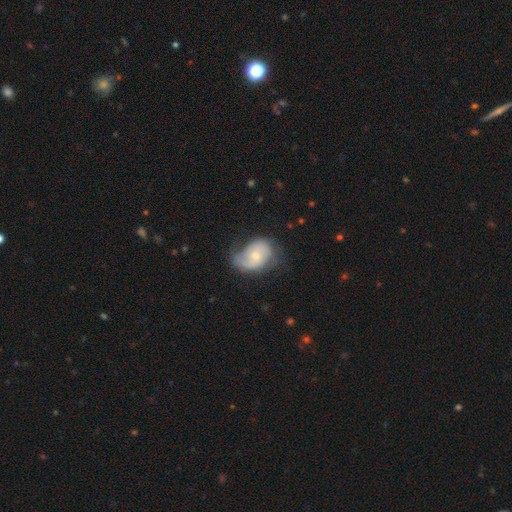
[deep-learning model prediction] smooth-or-featured: featured or disk: 58% | smooth: 35% | star or artifact: 7%
  disk-edge-on: no: 96% | yes: 4%
    bar: no: 72% | weak: 24% | strong: 4%
    has-spiral-arms: yes: 81% | no: 19%
    bulge-size: small: 60% | moderate: 35% | none: 2% | large: 2% | dominant: 1%
  merging: none: 44% | minor disturbance: 33% | major disturbance: 21% | merger: 2%